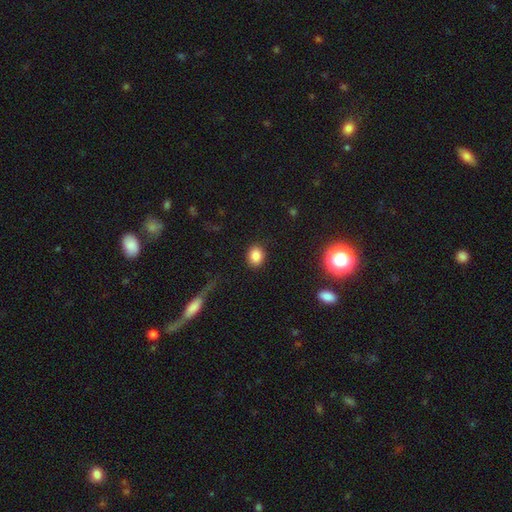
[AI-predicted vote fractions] The model was most divided on "how rounded": round: 57%, in between: 42%, cigar-shaped: 1%. More confident: merging — none (88%); smooth or featured — smooth (85%).